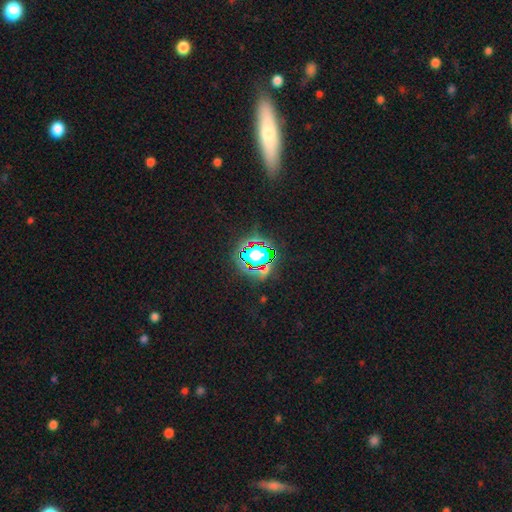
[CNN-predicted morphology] smooth-or-featured: star or artifact: 63% | smooth: 25% | featured or disk: 12%